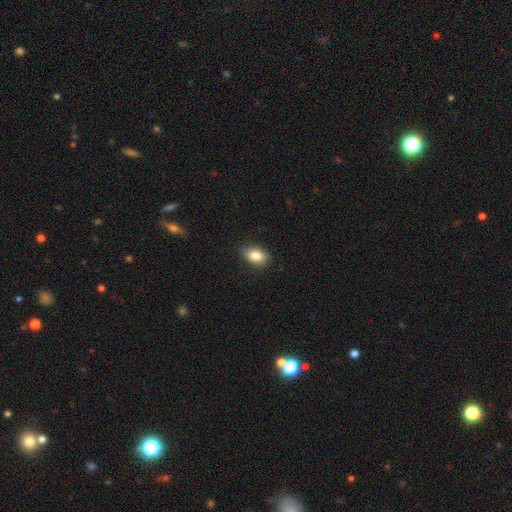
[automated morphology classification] Smooth or featured: smooth — 85% (star or artifact — 8%)
How rounded: in between — 86% (round — 12%)
Merging: none — 81% (minor disturbance — 15%)